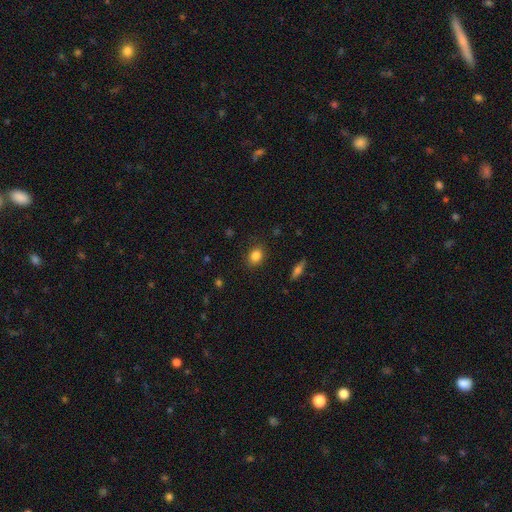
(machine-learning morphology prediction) A smooth galaxy with no disk features (84%) that is in between round and cigar-shaped (59%). Merging: none (85%).